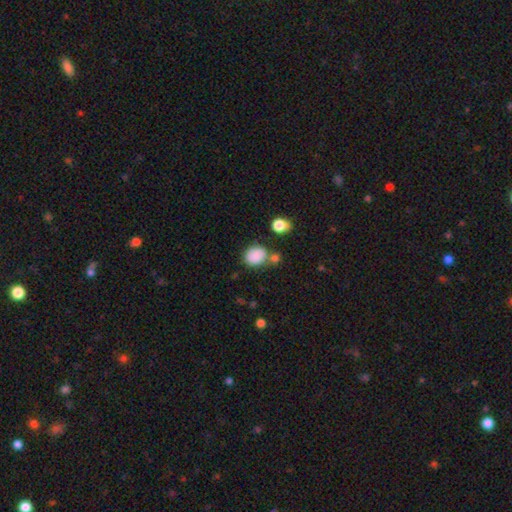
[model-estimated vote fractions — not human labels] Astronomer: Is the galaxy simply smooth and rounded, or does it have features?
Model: smooth — 86%.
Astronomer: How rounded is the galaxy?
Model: round — 51% (runner-up: in between, 48%).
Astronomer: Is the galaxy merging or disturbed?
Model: none — 65%.